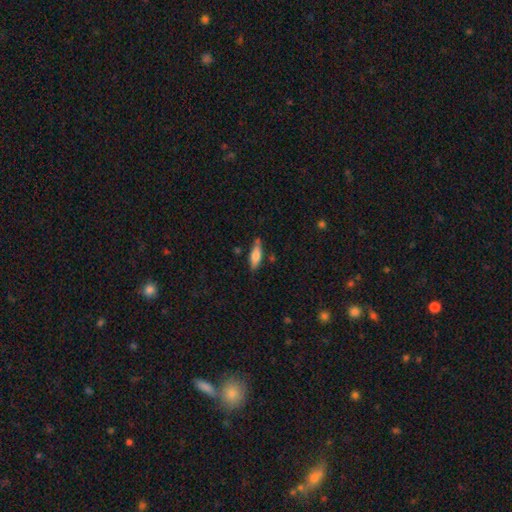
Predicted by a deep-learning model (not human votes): This is likely a smooth galaxy (71%). How rounded: possibly in between (50%). Merging: likely none (75%).